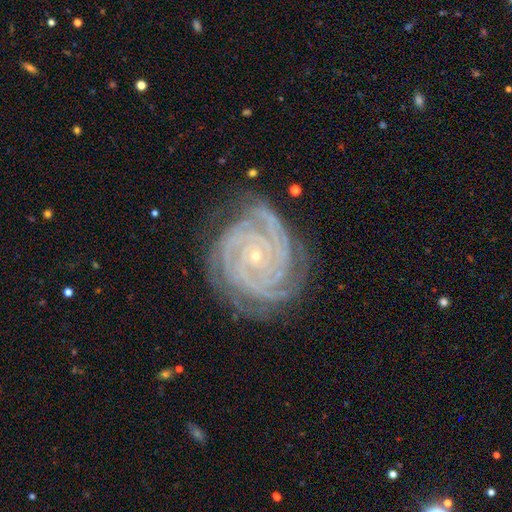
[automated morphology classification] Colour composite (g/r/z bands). It shows a featured or disk galaxy (91%) with no bar (76%), 4 (33%) tight (86%) spiral arms (99%) and a small central bulge (88%). Merging: none (76%).